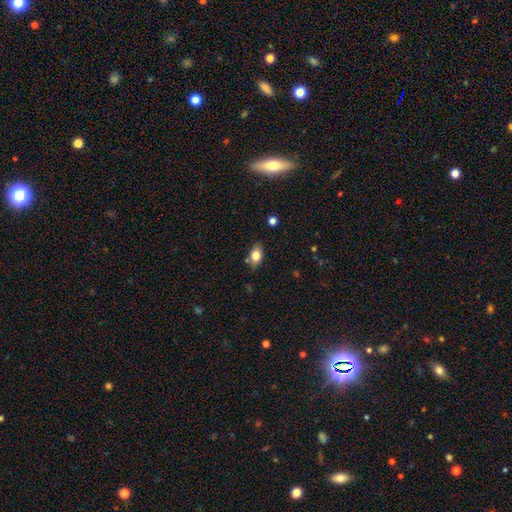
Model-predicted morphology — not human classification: smooth_or_featured: smooth (p=0.79) [alt: featured or disk p=0.13]
how_rounded: in between (p=0.85) [alt: round p=0.12]
merging: none (p=0.78) [alt: minor disturbance p=0.16]